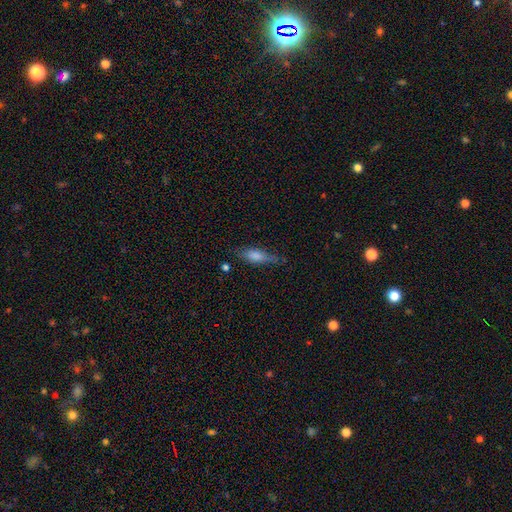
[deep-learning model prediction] Smooth or featured?
  - smooth: 59% *
  - featured or disk: 32%
  - star or artifact: 9%
How rounded?
  - cigar-shaped: 56% *
  - in between: 41%
  - round: 3%
Merging?
  - none: 70% *
  - minor disturbance: 22%
  - major disturbance: 6%
  - merger: 3%